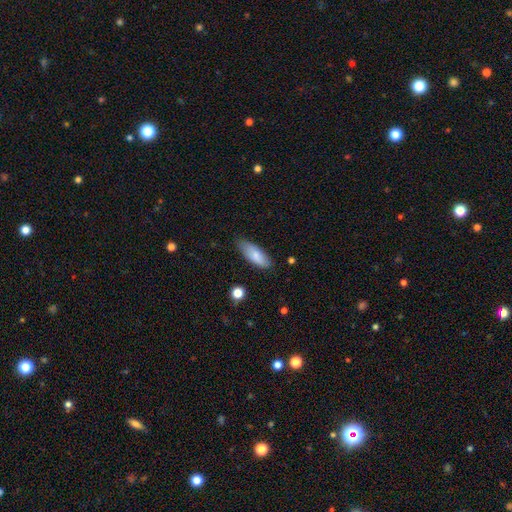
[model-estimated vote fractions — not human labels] Smooth or featured: smooth — 82% (featured or disk — 12%)
How rounded: in between — 72% (cigar-shaped — 26%)
Merging: none — 78% (minor disturbance — 17%)